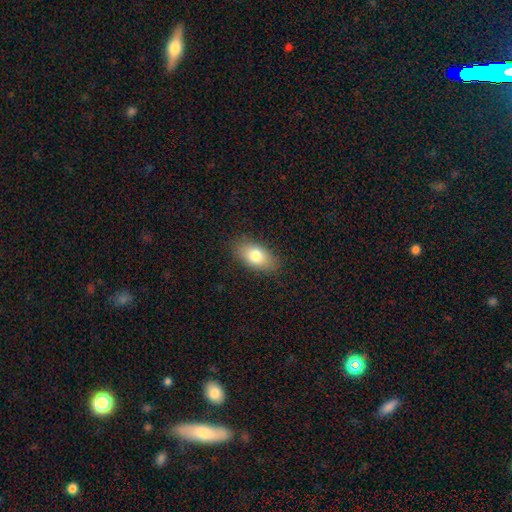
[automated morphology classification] Smooth or featured: smooth — 78% (featured or disk — 14%)
How rounded: in between — 89% (round — 6%)
Merging: none — 86% (minor disturbance — 11%)